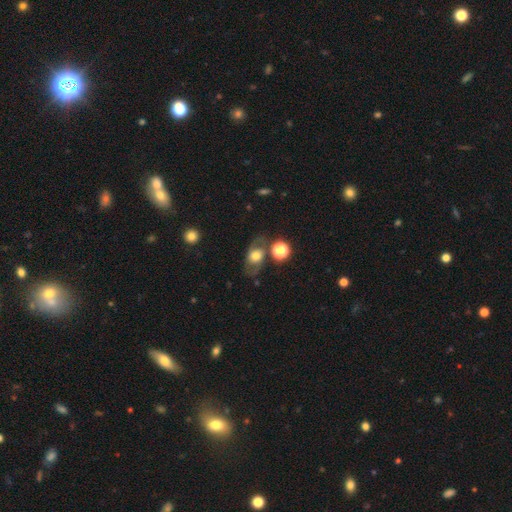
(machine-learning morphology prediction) This appears to be a featured or disk galaxy (45%, tied with smooth). Merging: none (61%).